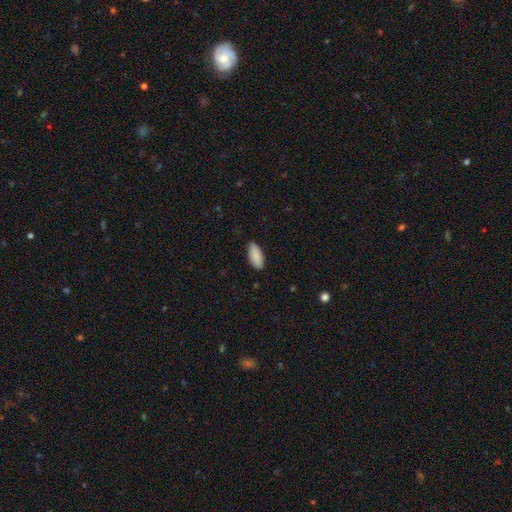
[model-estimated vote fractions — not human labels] This is clearly a smooth galaxy (89%). How rounded: clearly in between (87%). Merging: clearly none (86%).